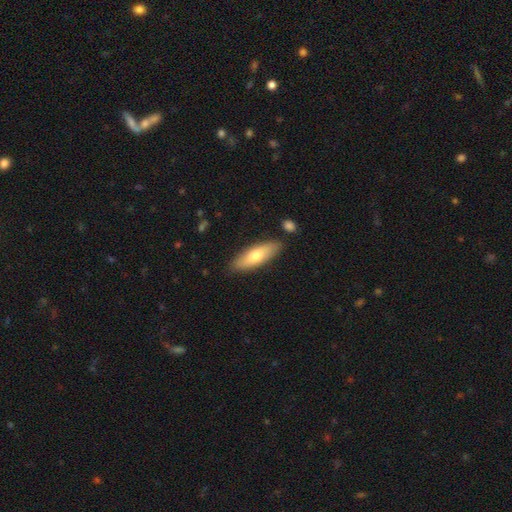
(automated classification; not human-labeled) The model was most divided on "how rounded": in between: 56%, cigar-shaped: 42%, round: 2%. More confident: merging — none (84%); smooth or featured — smooth (66%).